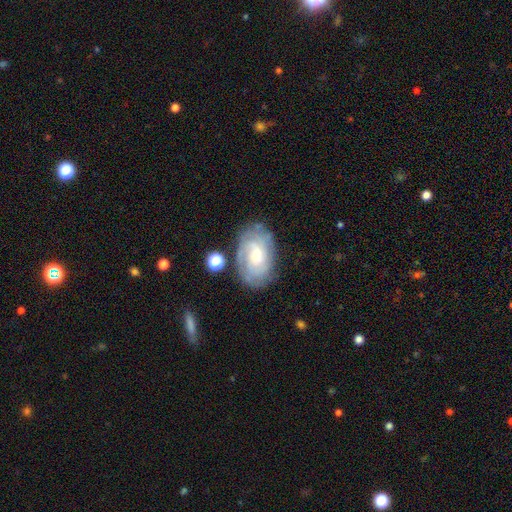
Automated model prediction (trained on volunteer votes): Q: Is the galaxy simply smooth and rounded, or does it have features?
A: featured or disk — 71%.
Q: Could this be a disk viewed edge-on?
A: no — 96%.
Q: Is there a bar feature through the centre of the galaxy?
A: no — 58%.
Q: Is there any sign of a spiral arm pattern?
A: yes — 88%.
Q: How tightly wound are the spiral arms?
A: tight — 66%.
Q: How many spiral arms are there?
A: can't tell — 48%.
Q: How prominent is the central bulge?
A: moderate — 49%.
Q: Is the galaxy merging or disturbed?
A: none — 73%.